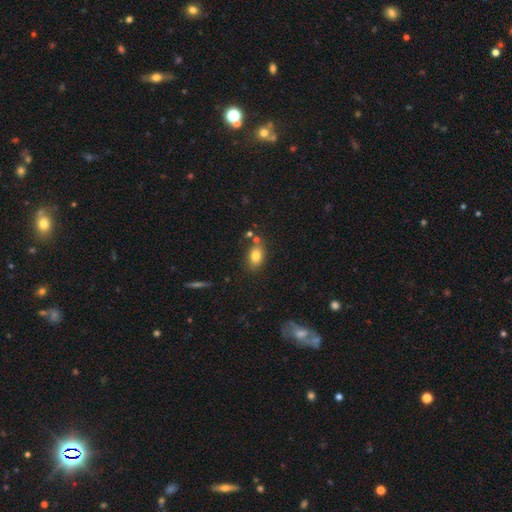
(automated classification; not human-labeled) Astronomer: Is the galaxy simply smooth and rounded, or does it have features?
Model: smooth — 80%.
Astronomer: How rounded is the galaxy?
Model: in between — 80%.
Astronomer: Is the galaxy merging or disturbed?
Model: none — 73%.